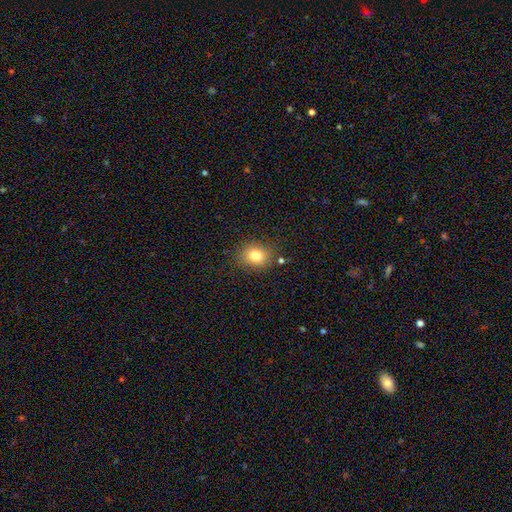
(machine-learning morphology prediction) Smooth or featured: smooth — 80% (star or artifact — 12%)
How rounded: round — 57% (in between — 42%)
Merging: none — 82% (minor disturbance — 11%)